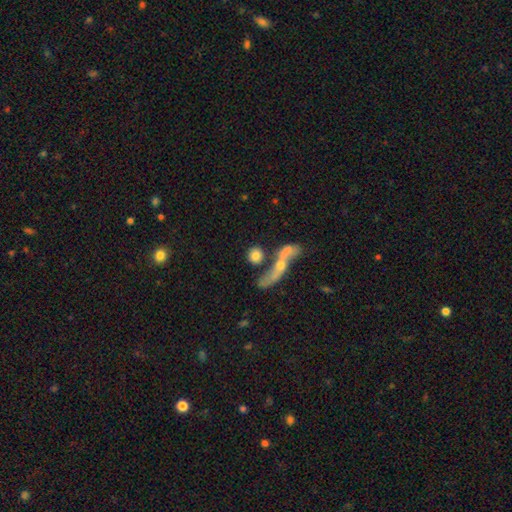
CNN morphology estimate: Smooth or featured?
  - smooth: 76% *
  - featured or disk: 15%
  - star or artifact: 9%
How rounded?
  - round: 71% *
  - in between: 21%
  - cigar-shaped: 8%
Merging?
  - none: 49% *
  - merger: 32%
  - minor disturbance: 10%
  - major disturbance: 9%